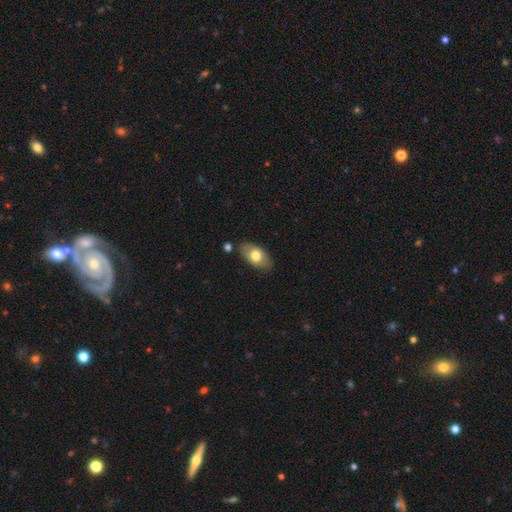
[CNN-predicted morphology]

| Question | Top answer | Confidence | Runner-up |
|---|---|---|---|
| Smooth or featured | smooth | 70% | featured or disk (23%) |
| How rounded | in between | 92% | round (6%) |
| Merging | none | 81% | minor disturbance (13%) |